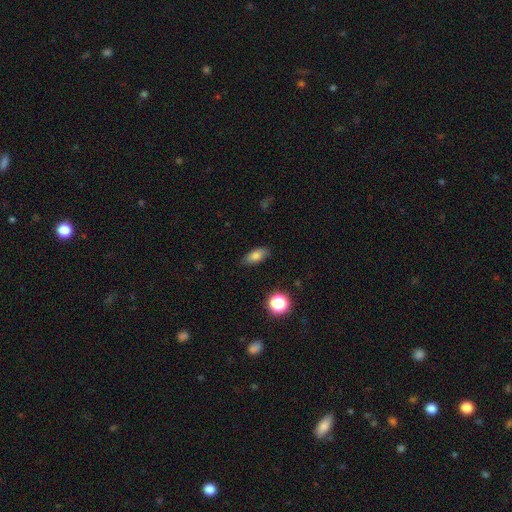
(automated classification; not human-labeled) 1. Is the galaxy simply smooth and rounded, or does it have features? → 79% smooth, 11% featured or disk, 10% star or artifact.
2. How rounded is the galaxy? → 84% in between, 10% cigar-shaped, 6% round.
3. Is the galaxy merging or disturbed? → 86% none, 11% minor disturbance, 2% major disturbance, 1% merger.